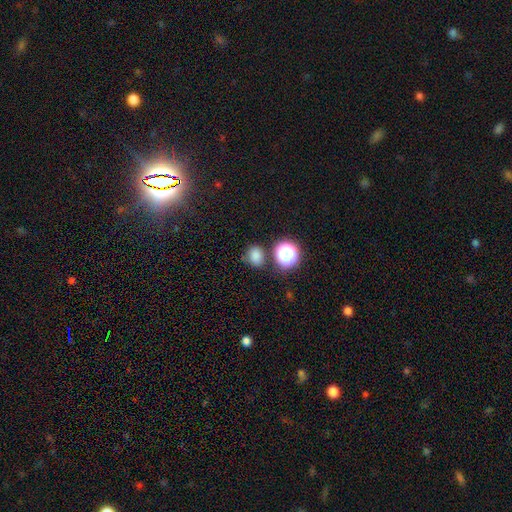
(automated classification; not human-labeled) A smooth galaxy with no disk features (77%) that is round (59%). Merging: none (75%).